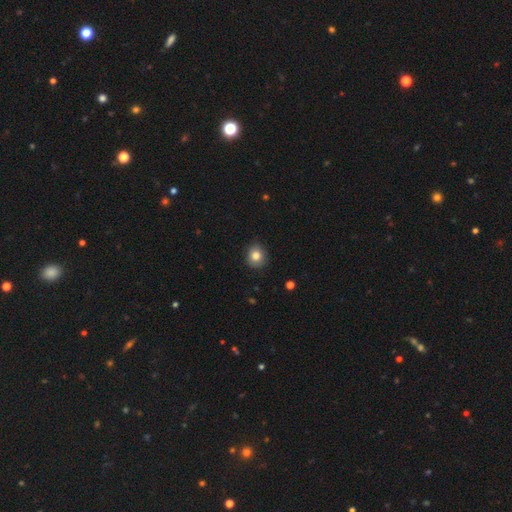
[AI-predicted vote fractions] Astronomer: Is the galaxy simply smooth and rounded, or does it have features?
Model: smooth — 83%.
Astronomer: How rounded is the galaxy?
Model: round — 78%.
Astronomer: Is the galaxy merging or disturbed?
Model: none — 86%.